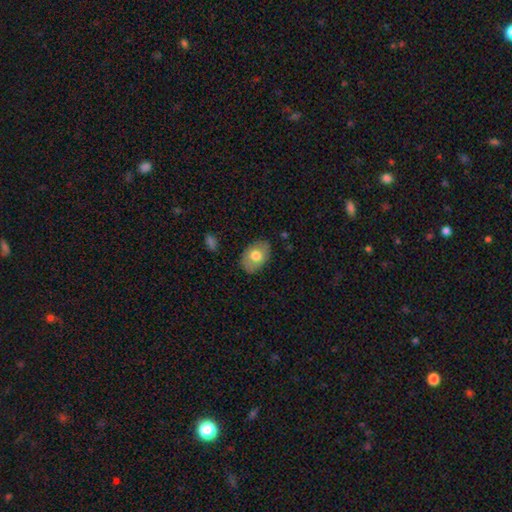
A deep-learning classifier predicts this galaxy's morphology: Smooth or featured? Predicted: smooth (p=0.68). How rounded? Predicted: in between (p=0.83). Merging? Predicted: none (p=0.81).